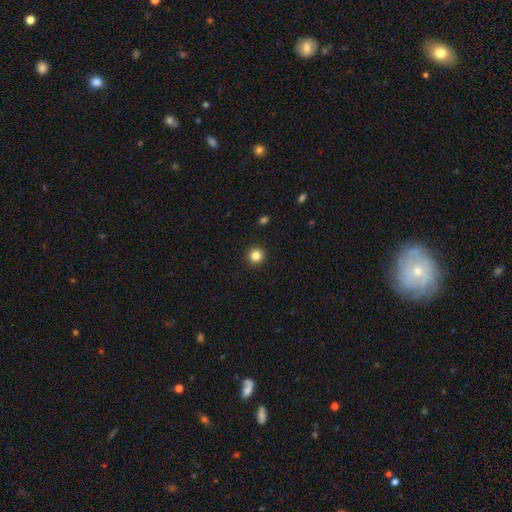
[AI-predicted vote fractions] A smooth galaxy with no disk features (84%) that is round (96%).

Vote fractions:
- Smooth or featured? smooth: 84% / star or artifact: 11% / featured or disk: 5%
- How rounded? round: 96% / in between: 3% / cigar-shaped: 1%
- Merging? none: 93% / minor disturbance: 4% / major disturbance: 1% / merger: 1%